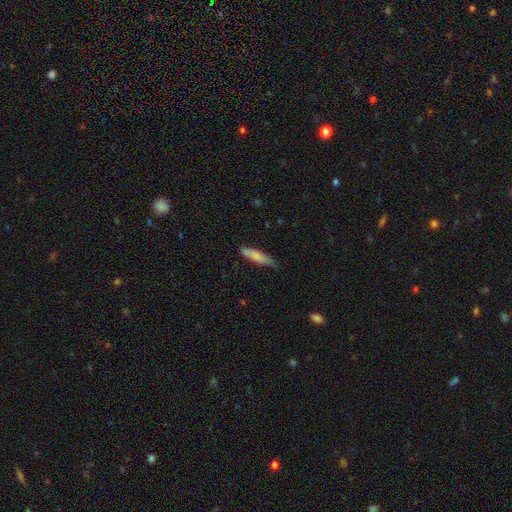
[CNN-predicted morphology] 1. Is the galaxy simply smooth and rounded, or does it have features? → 74% smooth, 20% featured or disk, 6% star or artifact.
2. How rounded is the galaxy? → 71% cigar-shaped, 28% in between, 2% round.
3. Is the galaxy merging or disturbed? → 60% none, 32% minor disturbance, 6% major disturbance, 2% merger.